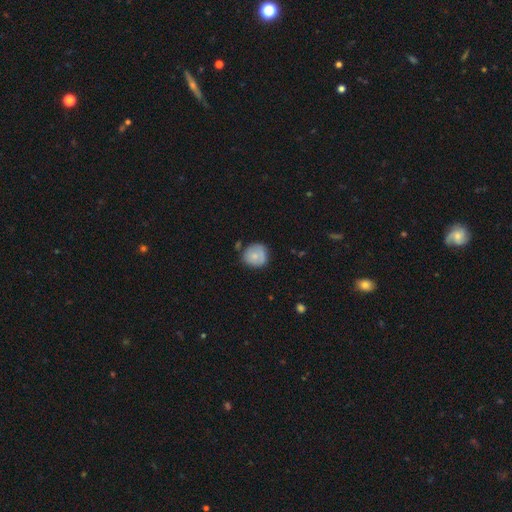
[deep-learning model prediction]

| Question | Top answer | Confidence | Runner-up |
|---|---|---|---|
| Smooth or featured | smooth | 72% | featured or disk (21%) |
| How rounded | round | 88% | in between (11%) |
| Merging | none | 67% | minor disturbance (24%) |